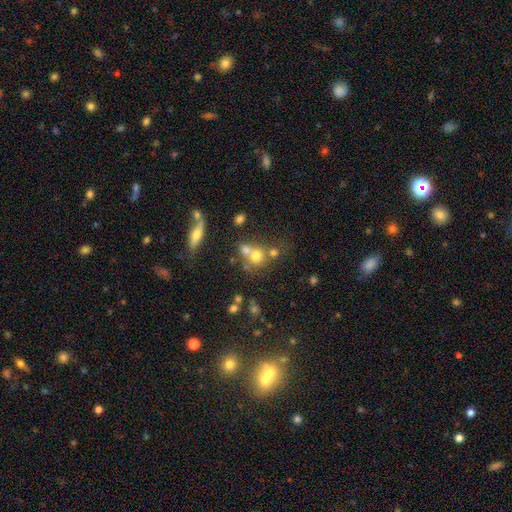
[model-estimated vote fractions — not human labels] Smooth or featured?
  - smooth: 67% *
  - featured or disk: 18%
  - star or artifact: 16%
How rounded?
  - round: 80% *
  - in between: 18%
  - cigar-shaped: 2%
Merging?
  - merger: 46% *
  - none: 41%
  - minor disturbance: 9%
  - major disturbance: 5%